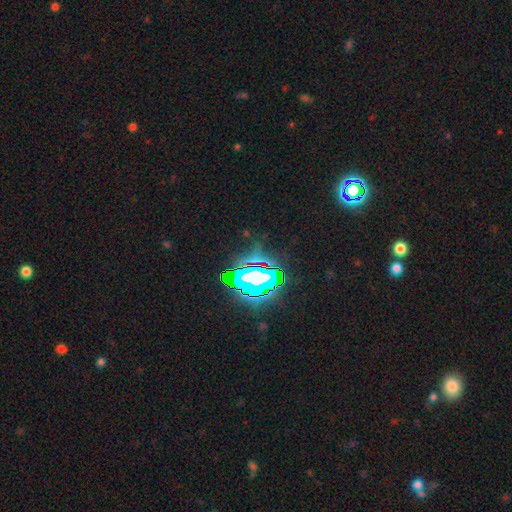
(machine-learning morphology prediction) Smooth or featured? star or artifact (68%)